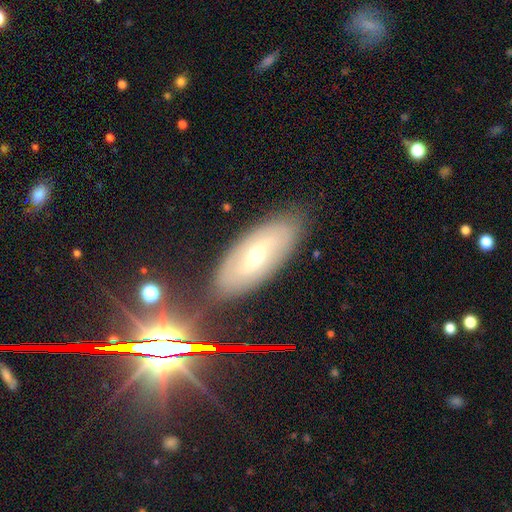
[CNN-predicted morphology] The model was most divided on "smooth or featured": featured or disk: 51%, smooth: 26%, star or artifact: 23%. More confident: merging — none (85%); edge-on disk — no (79%).